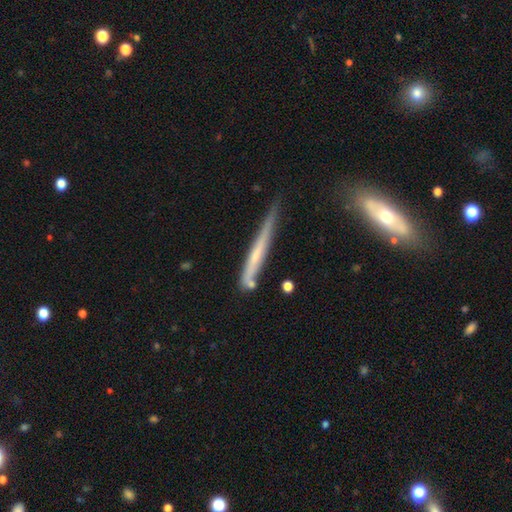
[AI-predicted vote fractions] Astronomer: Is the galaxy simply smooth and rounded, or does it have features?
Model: featured or disk — 50% (runner-up: smooth, 43%).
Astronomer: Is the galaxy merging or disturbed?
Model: none — 56%.